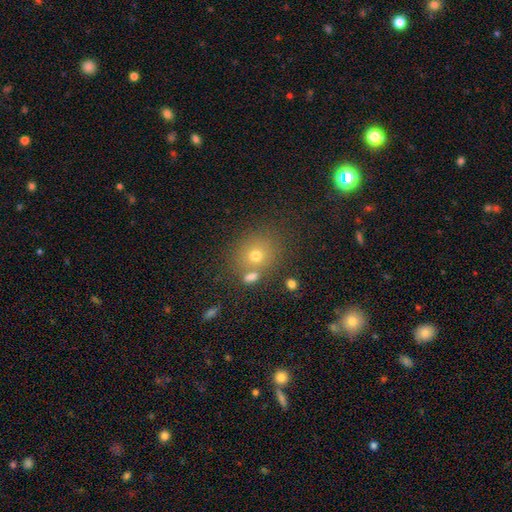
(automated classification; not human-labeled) smooth-or-featured: smooth: 63% | star or artifact: 25% | featured or disk: 12%
  how-rounded: round: 78% | in between: 21% | cigar-shaped: 1%
  merging: none: 69% | merger: 19% | minor disturbance: 9% | major disturbance: 3%